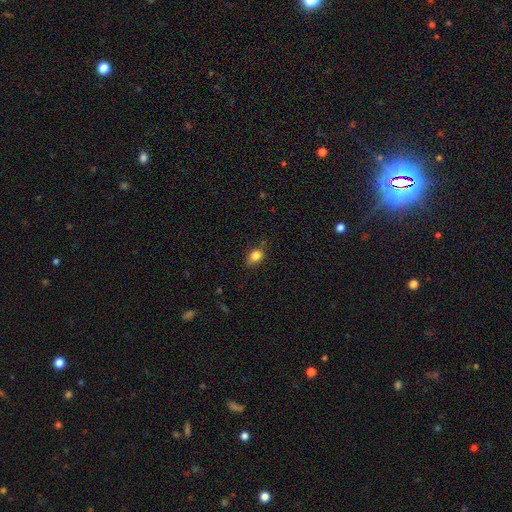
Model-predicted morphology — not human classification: Q: Smooth or featured?
A: smooth (83%); runner-up: star or artifact (10%)
Q: How rounded?
A: in between (51%); runner-up: round (47%)
Q: Merging?
A: none (70%); runner-up: minor disturbance (23%)